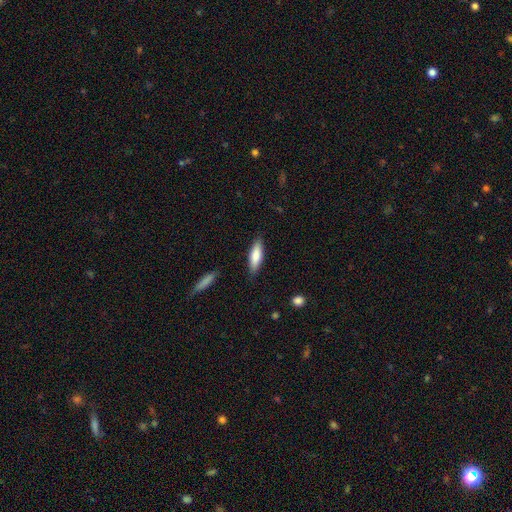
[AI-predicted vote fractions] Morphology: type=smooth (80%); roundness=cigar-shaped (50%); merging=none (85%).